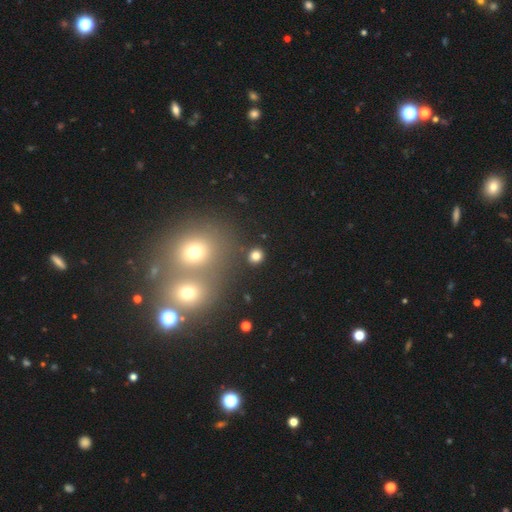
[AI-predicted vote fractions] This appears to be a smooth galaxy with no disk features (79%) that is round (85%). Merging: none (86%).